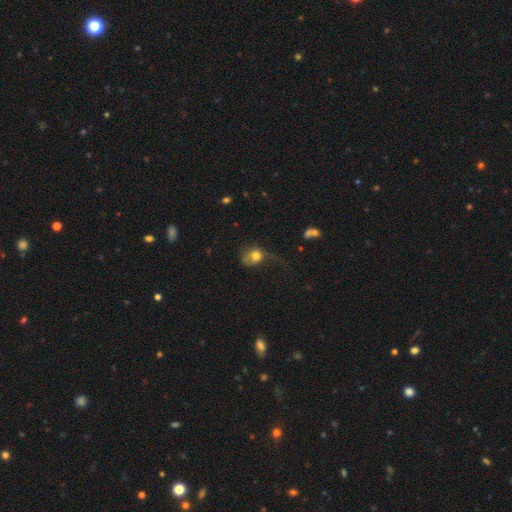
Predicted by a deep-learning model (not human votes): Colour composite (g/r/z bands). It shows a smooth galaxy with no disk features (71%) that is round (51%). Merging: major disturbance (47%).